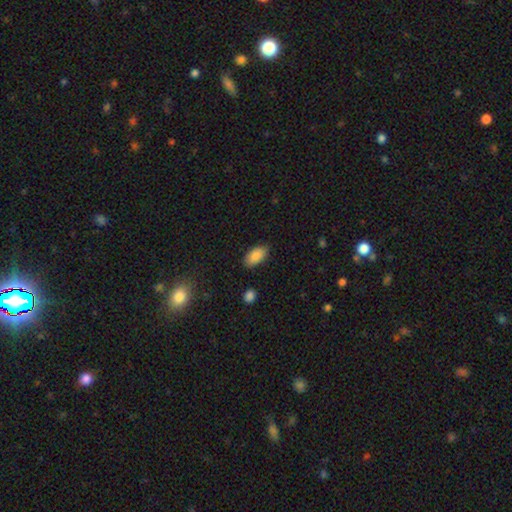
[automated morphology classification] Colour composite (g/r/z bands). It shows a smooth galaxy with no disk features (86%) that is in between round and cigar-shaped (93%). Merging: none (84%).